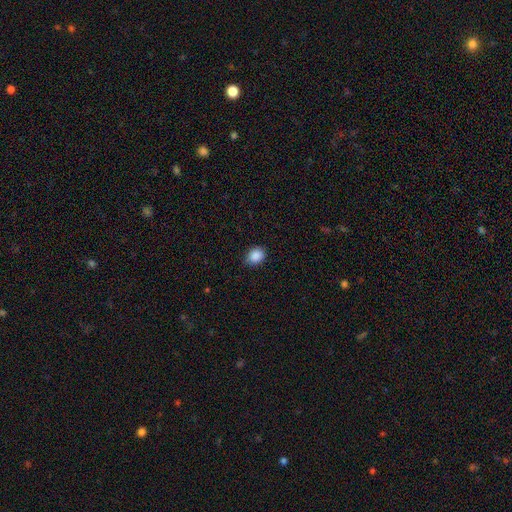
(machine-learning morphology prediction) smooth_or_featured: smooth (p=0.88) [alt: star or artifact p=0.09]
how_rounded: round (p=0.60) [alt: in between p=0.39]
merging: none (p=0.82) [alt: minor disturbance p=0.15]